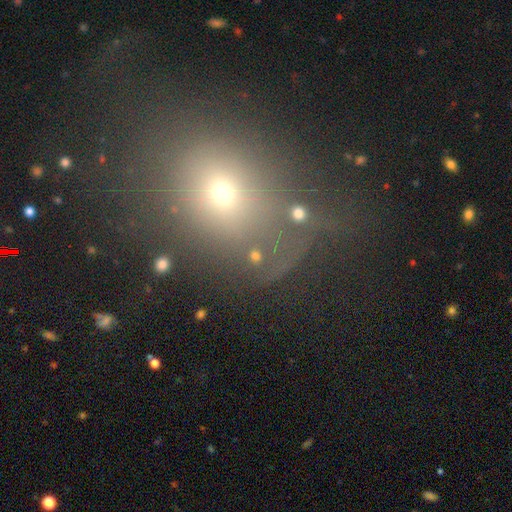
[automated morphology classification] A smooth galaxy with no disk features (53%) that is round (66%).

Vote fractions:
- Smooth or featured? smooth: 53% / star or artifact: 31% / featured or disk: 16%
- How rounded? round: 66% / in between: 32% / cigar-shaped: 2%
- Merging? none: 55% / major disturbance: 19% / minor disturbance: 16% / merger: 11%